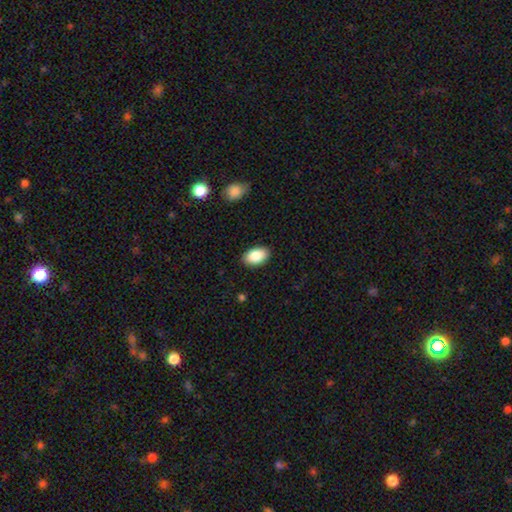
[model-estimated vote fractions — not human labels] Q: Smooth or featured?
A: smooth (86%); runner-up: featured or disk (7%)
Q: How rounded?
A: in between (93%); runner-up: round (6%)
Q: Merging?
A: none (89%); runner-up: minor disturbance (8%)